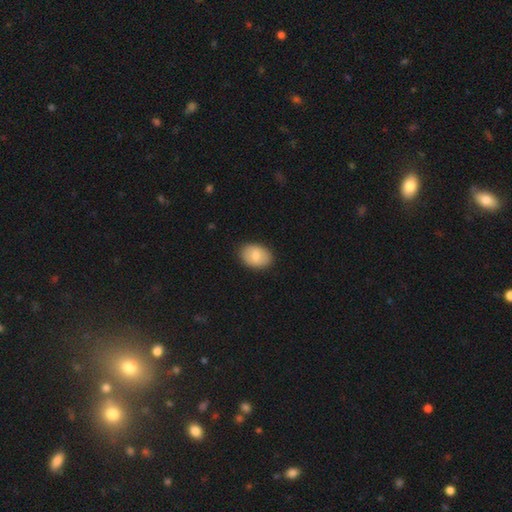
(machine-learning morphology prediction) Overall: smooth (77%). How rounded: in between (79%). Merging: none (87%).